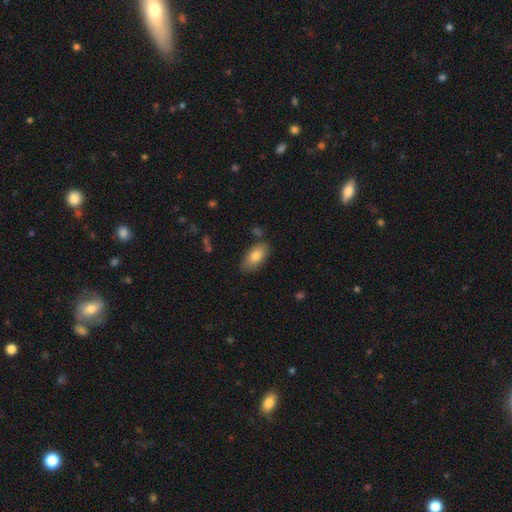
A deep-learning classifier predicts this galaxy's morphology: smooth-or-featured: smooth: 82% | featured or disk: 11% | star or artifact: 7%
  how-rounded: in between: 92% | cigar-shaped: 4% | round: 3%
  merging: none: 79% | minor disturbance: 15% | merger: 3% | major disturbance: 3%